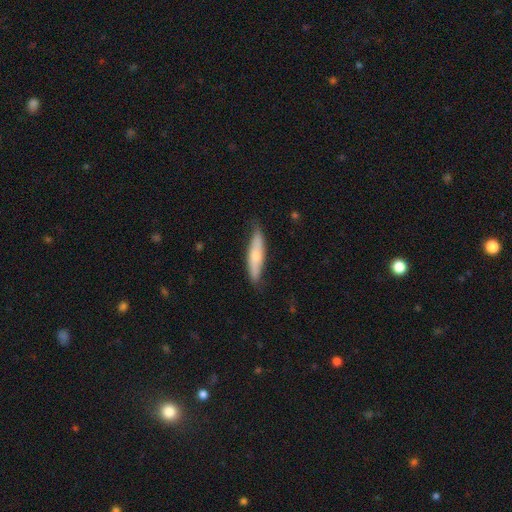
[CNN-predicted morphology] smooth-or-featured: smooth: 61% | featured or disk: 33% | star or artifact: 6%
  how-rounded: cigar-shaped: 77% | in between: 21% | round: 2%
  merging: none: 76% | minor disturbance: 20% | major disturbance: 3% | merger: 1%